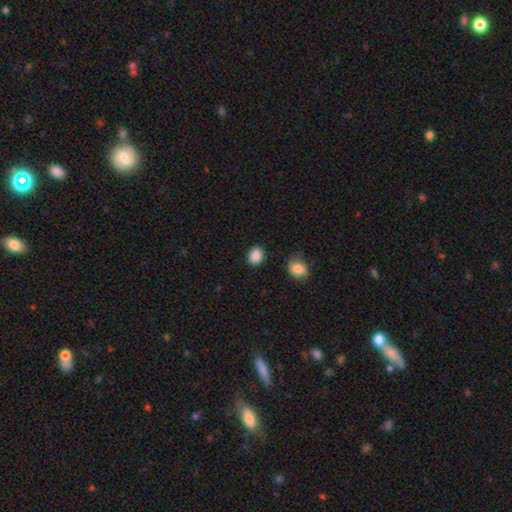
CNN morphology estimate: This is clearly a smooth galaxy (89%). How rounded: possibly round (50%). Merging: clearly none (85%).